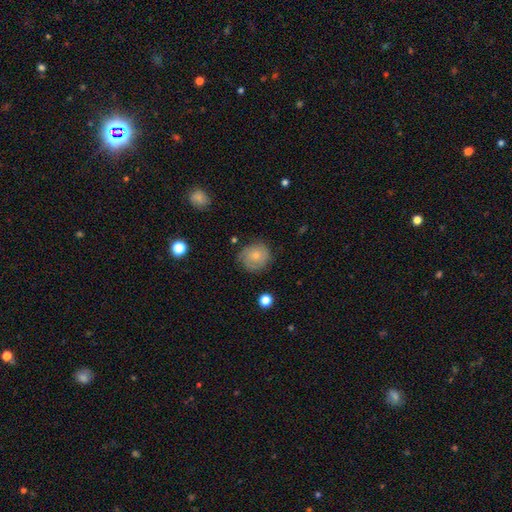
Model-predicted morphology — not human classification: smooth-or-featured: smooth: 61% | featured or disk: 31% | star or artifact: 9%
  how-rounded: round: 86% | in between: 13% | cigar-shaped: 1%
  merging: none: 72% | minor disturbance: 20% | major disturbance: 6% | merger: 2%